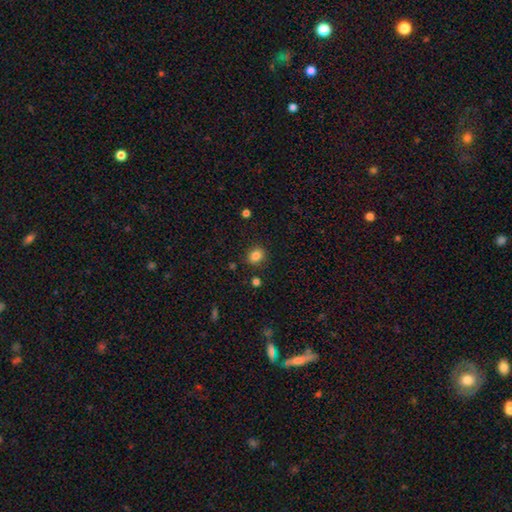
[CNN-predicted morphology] Smooth or featured? Predicted: smooth (p=0.84). How rounded? Predicted: round (p=0.59). Merging? Predicted: none (p=0.86).